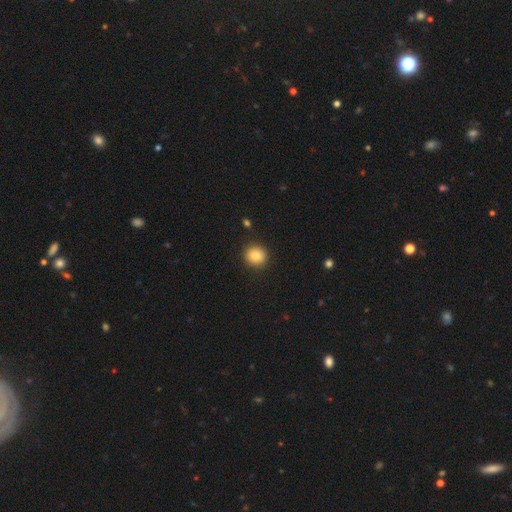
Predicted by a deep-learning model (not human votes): A smooth galaxy with no disk features (86%) that is round (88%).

Vote fractions:
- Smooth or featured? smooth: 86% / star or artifact: 9% / featured or disk: 5%
- How rounded? round: 88% / in between: 11% / cigar-shaped: 1%
- Merging? none: 90% / minor disturbance: 6% / major disturbance: 2% / merger: 1%